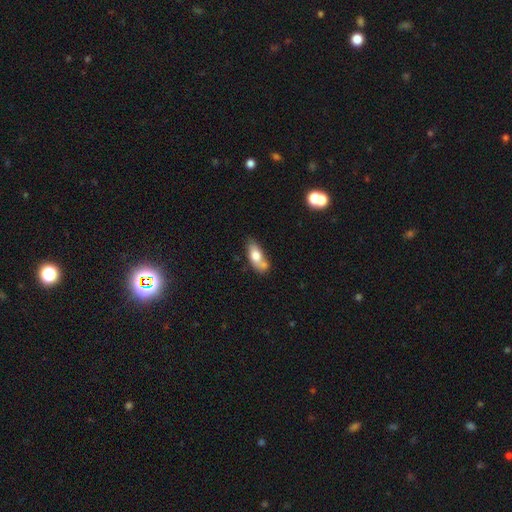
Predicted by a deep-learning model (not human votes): Smooth or featured? Predicted: smooth (p=0.71). How rounded? Predicted: in between (p=0.80). Merging? Predicted: none (p=0.41).